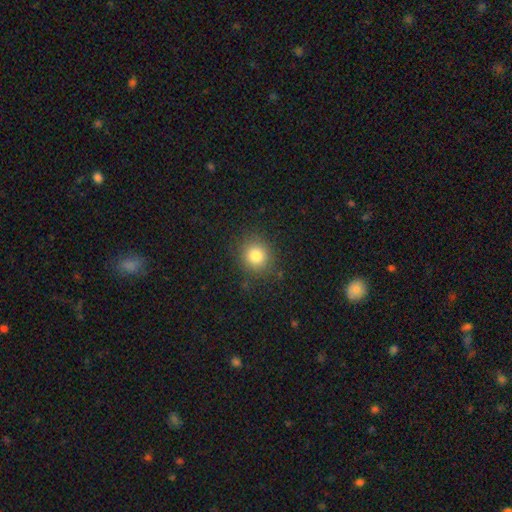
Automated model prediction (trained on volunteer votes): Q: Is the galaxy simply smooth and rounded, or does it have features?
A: smooth — 81%.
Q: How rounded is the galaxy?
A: round — 86%.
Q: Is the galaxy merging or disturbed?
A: none — 87%.